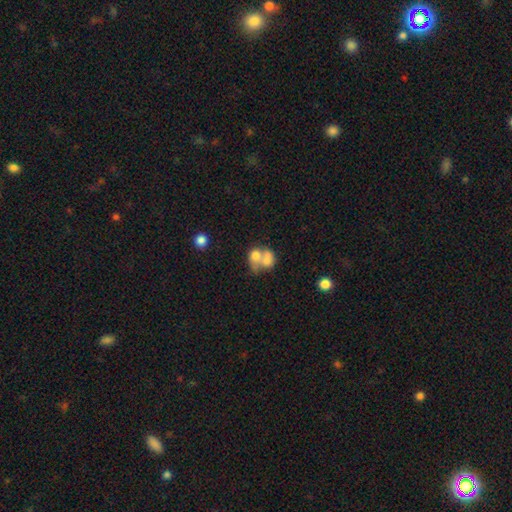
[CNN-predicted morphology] Smooth or featured: smooth — 64% (featured or disk — 27%)
How rounded: round — 55% (in between — 44%)
Merging: merger — 71% (none — 17%)